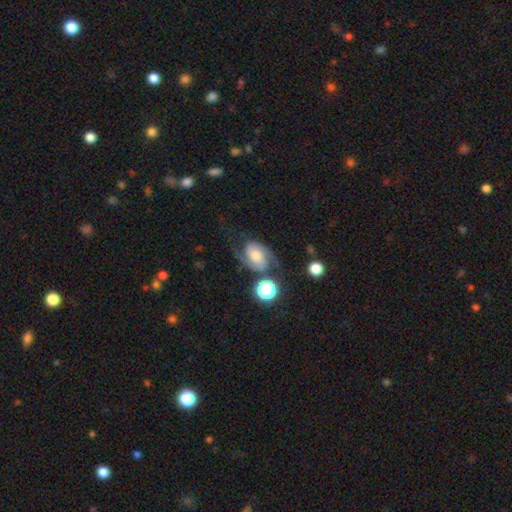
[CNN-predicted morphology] Smooth or featured? featured or disk (79%)
Edge-on disk? no (97%)
Bar? no (58%)
Spiral arms? yes (97%)
Spiral winding? medium (51%)
Spiral arm count? 2 (91%)
Bulge size? moderate (44%)
Merging? none (62%)